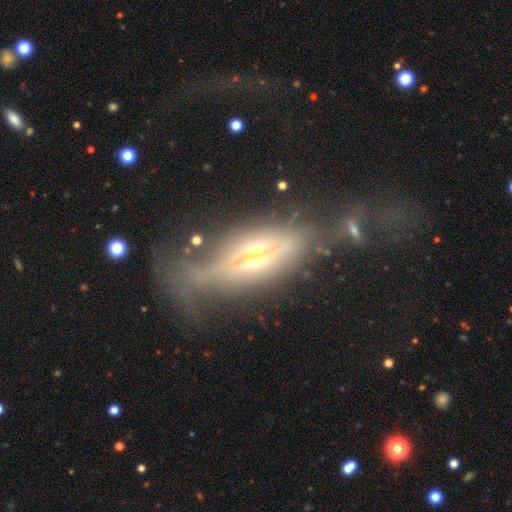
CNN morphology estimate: Overall: featured or disk (72%). Edge-on disk: yes (66%; no 34%). Merging: major disturbance (40%; none 32%).